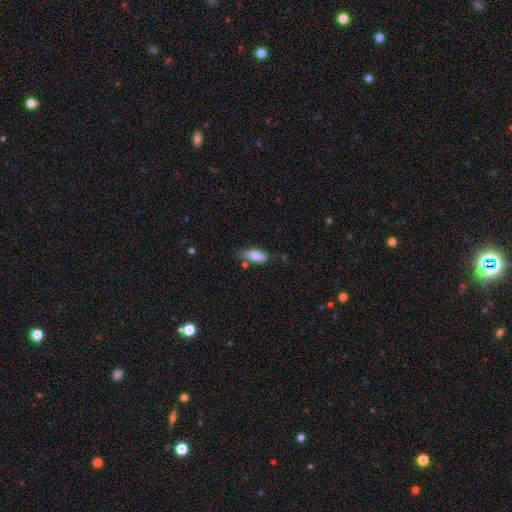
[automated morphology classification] smooth-or-featured: smooth: 82% | featured or disk: 11% | star or artifact: 7%
  how-rounded: in between: 70% | cigar-shaped: 28% | round: 2%
  merging: none: 57% | minor disturbance: 30% | major disturbance: 7% | merger: 7%